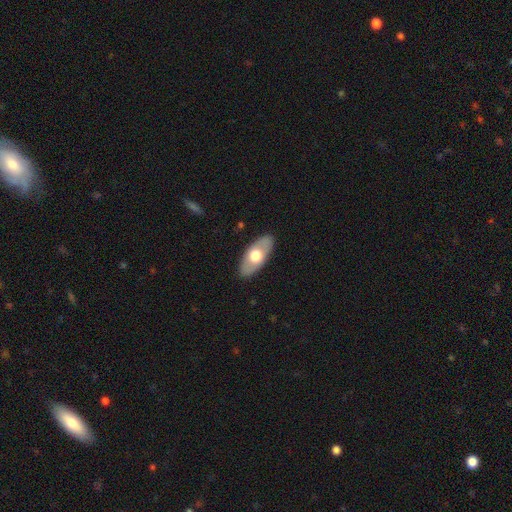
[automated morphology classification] This is possibly a smooth galaxy (56%). How rounded: clearly in between (89%). Merging: clearly none (87%).